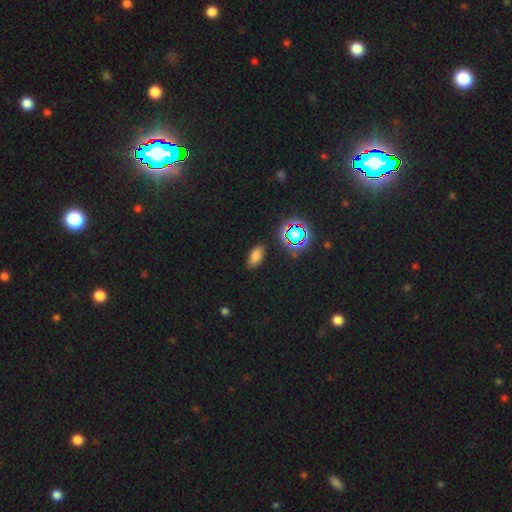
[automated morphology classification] Smooth or featured? smooth (71%)
How rounded? in between (90%)
Merging? none (86%)